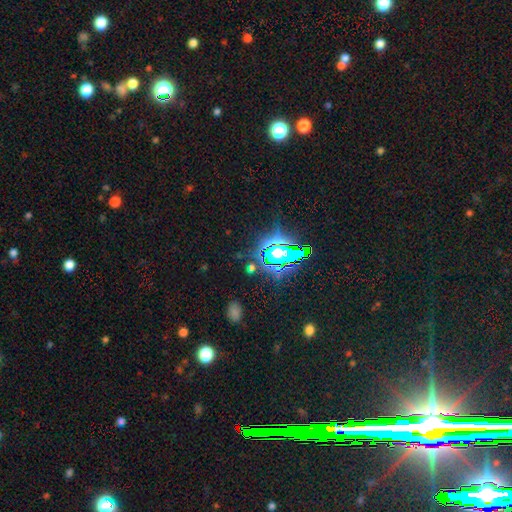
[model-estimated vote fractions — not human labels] Smooth or featured: star or artifact — 79% (smooth — 12%)